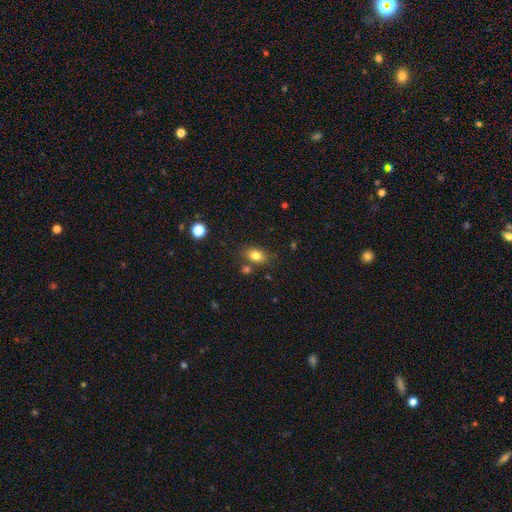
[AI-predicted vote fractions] smooth 81%, star or artifact 11%, featured or disk 8%. Down the decision tree: how rounded — in between (76%); merging — none (72%).